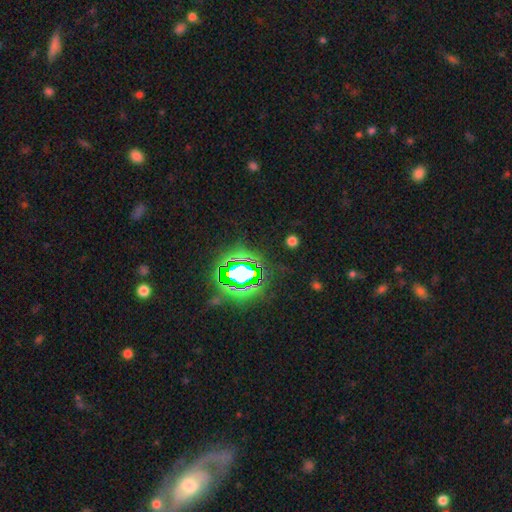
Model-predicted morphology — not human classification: Overall: star or artifact (79%).